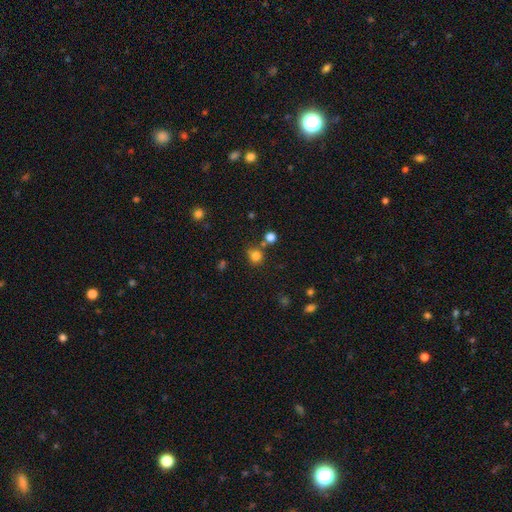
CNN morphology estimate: A smooth galaxy with no disk features (80%) that is round (86%).

Vote fractions:
- Smooth or featured? smooth: 80% / star or artifact: 14% / featured or disk: 5%
- How rounded? round: 86% / in between: 13% / cigar-shaped: 1%
- Merging? none: 69% / merger: 16% / minor disturbance: 11% / major disturbance: 4%